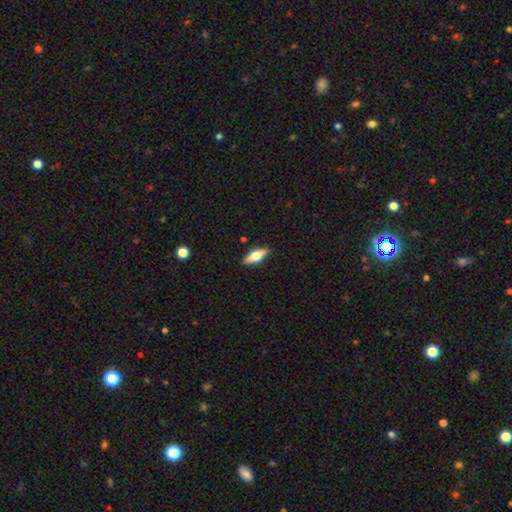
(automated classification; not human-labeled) smooth_or_featured: smooth (p=0.56) [alt: featured or disk p=0.38]
how_rounded: in between (p=0.61) [alt: cigar-shaped p=0.36]
merging: none (p=0.88) [alt: minor disturbance p=0.09]